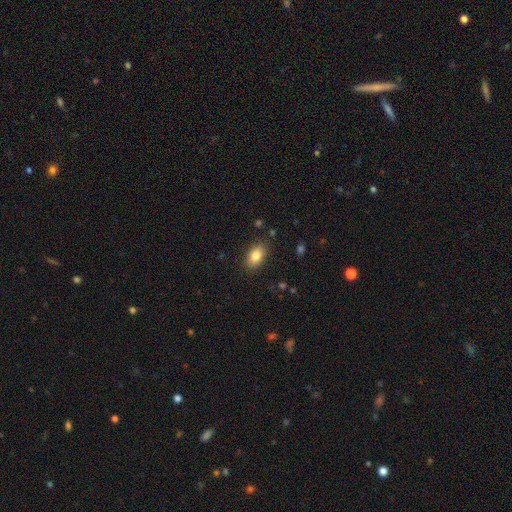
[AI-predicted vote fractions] Smooth or featured? Predicted: smooth (p=0.84). How rounded? Predicted: in between (p=0.89). Merging? Predicted: none (p=0.86).